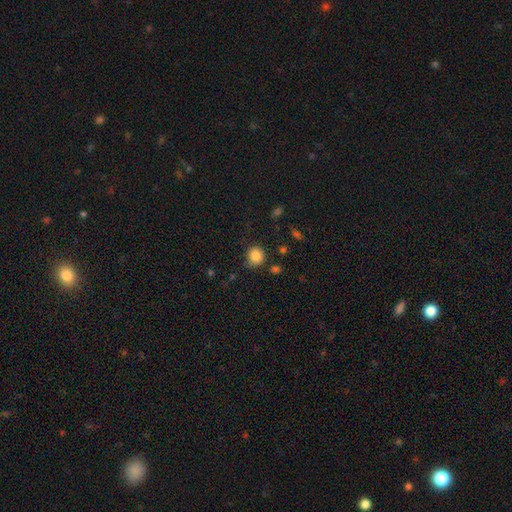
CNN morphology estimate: smooth-or-featured: smooth: 85% | star or artifact: 10% | featured or disk: 5%
  how-rounded: round: 87% | in between: 12% | cigar-shaped: 1%
  merging: none: 76% | minor disturbance: 17% | major disturbance: 4% | merger: 3%